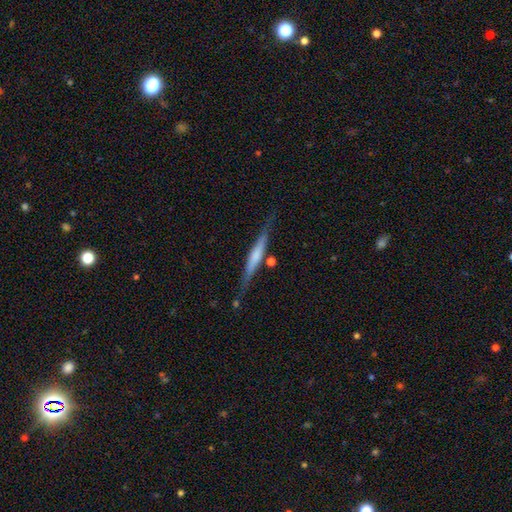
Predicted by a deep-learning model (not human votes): Overall: featured or disk (61%; smooth 34%). Edge-on disk: yes (95%). Edge-on bulge: none (38%; rounded 36%). Merging: none (79%).